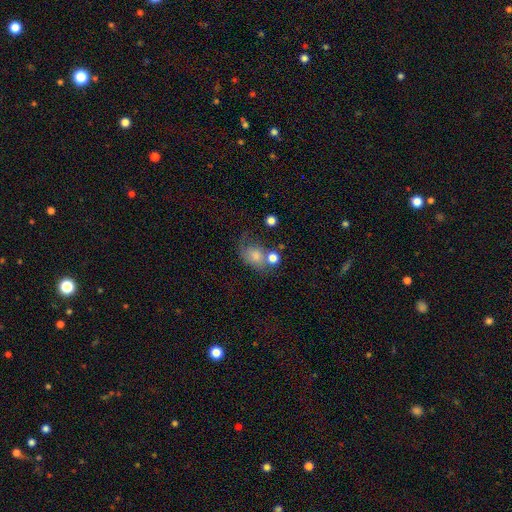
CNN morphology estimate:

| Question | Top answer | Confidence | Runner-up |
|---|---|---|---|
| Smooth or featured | smooth | 63% | featured or disk (22%) |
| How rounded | in between | 61% | round (37%) |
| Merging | none | 38% | minor disturbance (23%) |